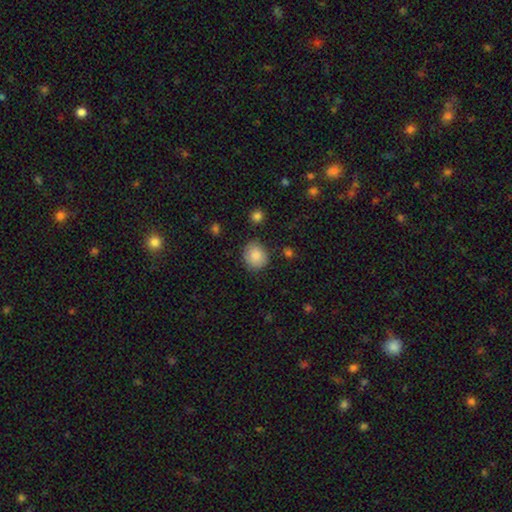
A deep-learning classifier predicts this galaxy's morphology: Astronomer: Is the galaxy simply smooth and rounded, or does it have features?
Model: smooth — 86%.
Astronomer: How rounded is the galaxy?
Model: round — 80%.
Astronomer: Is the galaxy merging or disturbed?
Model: none — 83%.